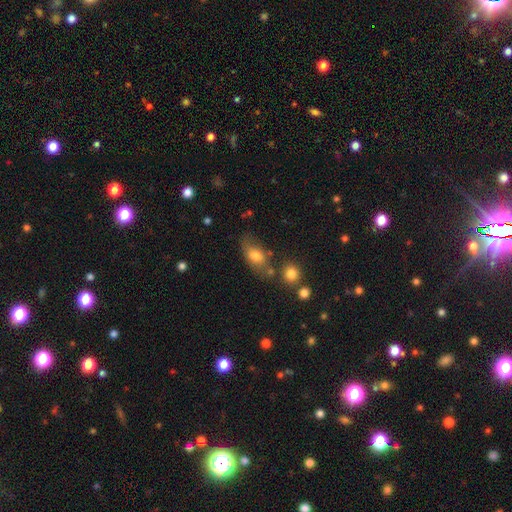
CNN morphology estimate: type=smooth (74%); roundness=in between (83%); merging=none (58%).